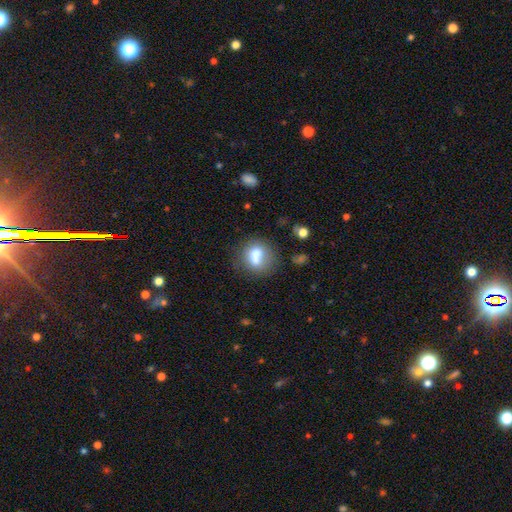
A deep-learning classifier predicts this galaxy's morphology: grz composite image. It shows a smooth galaxy with no disk features (71%) that is round (62%). Merging: none (49%).